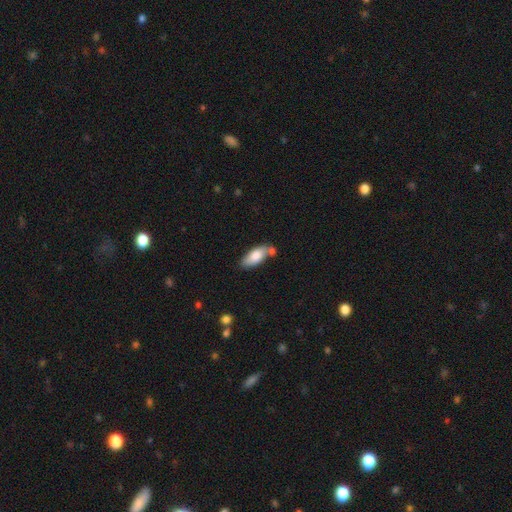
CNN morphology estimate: smooth 79%, featured or disk 15%, star or artifact 6%. Down the decision tree: how rounded — in between (84%); merging — none (61%).